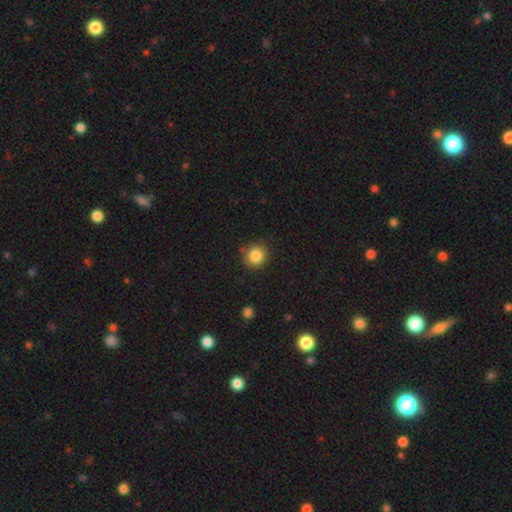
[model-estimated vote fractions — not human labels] smooth 85%, star or artifact 10%, featured or disk 5%. Down the decision tree: how rounded — round (89%); merging — none (85%).